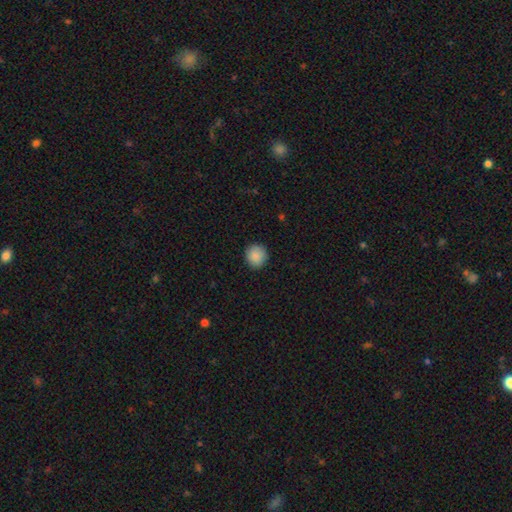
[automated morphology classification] smooth-or-featured: smooth: 89% | star or artifact: 8% | featured or disk: 3%
  how-rounded: round: 89% | in between: 10% | cigar-shaped: 1%
  merging: none: 91% | minor disturbance: 6% | major disturbance: 2% | merger: 1%